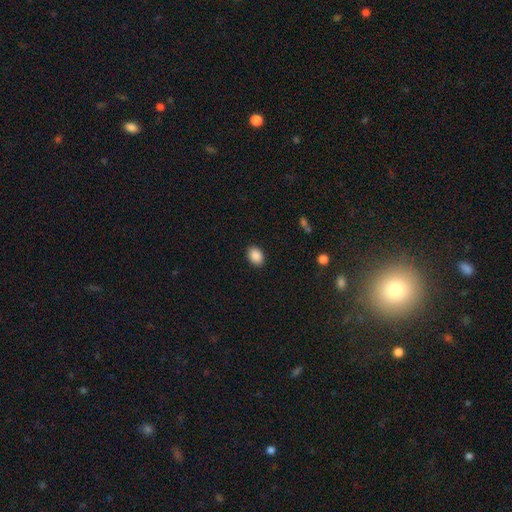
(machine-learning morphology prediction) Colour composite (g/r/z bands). It shows a smooth galaxy with no disk features (89%) that is in between round and cigar-shaped (71%). Merging: none (90%).